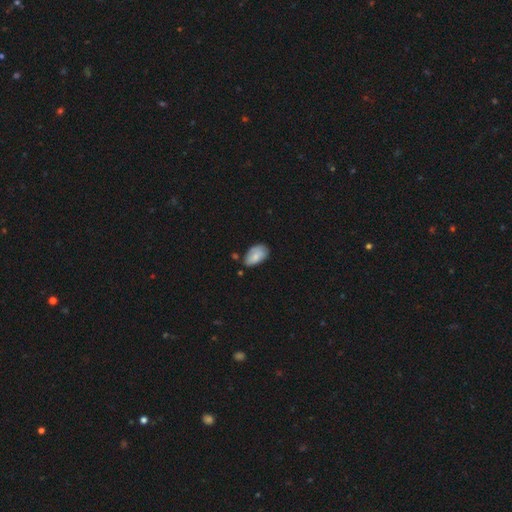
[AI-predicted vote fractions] Overall: smooth (74%). How rounded: in between (93%). Merging: none (53%; minor disturbance 35%).